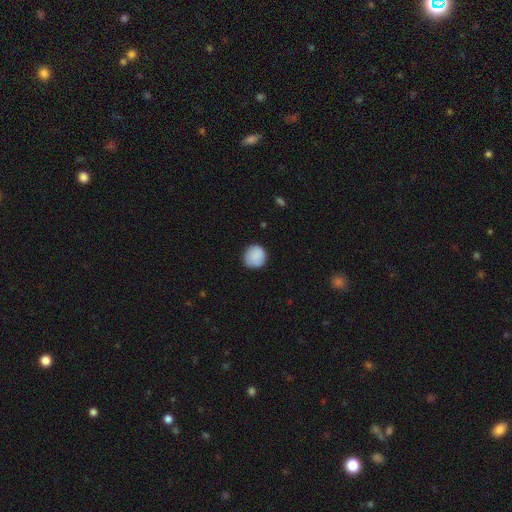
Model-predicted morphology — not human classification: This is clearly a smooth galaxy (88%). How rounded: clearly round (91%). Merging: clearly none (85%).